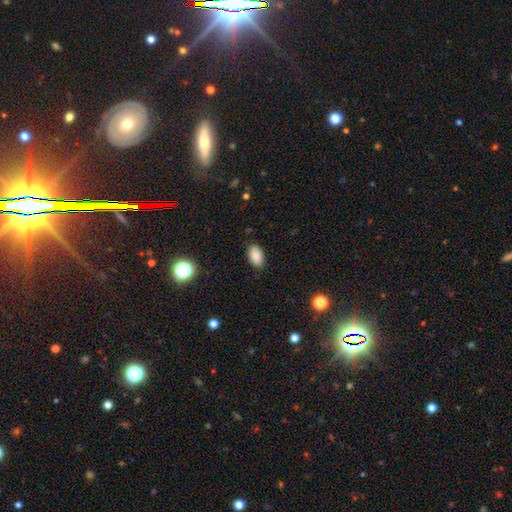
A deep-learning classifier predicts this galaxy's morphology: A smooth galaxy with no disk features (88%) that is in between round and cigar-shaped (93%).

Vote fractions:
- Smooth or featured? smooth: 88% / star or artifact: 9% / featured or disk: 3%
- How rounded? in between: 93% / round: 5% / cigar-shaped: 2%
- Merging? none: 87% / minor disturbance: 9% / major disturbance: 2% / merger: 1%